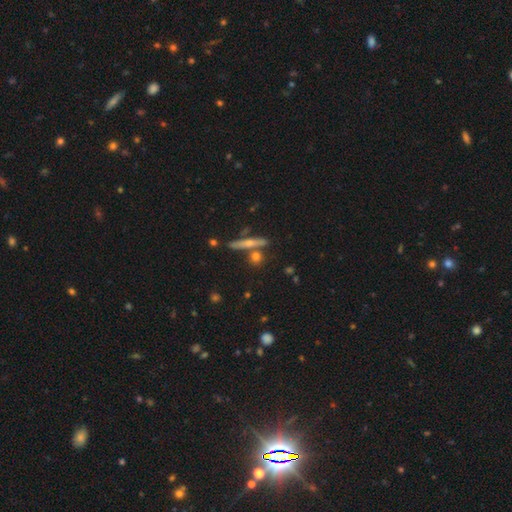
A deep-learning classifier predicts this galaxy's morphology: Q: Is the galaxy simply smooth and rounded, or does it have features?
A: featured or disk — 55%.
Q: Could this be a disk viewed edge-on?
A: yes — 93%.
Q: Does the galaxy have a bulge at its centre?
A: rounded — 74%.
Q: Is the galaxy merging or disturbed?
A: none — 77%.